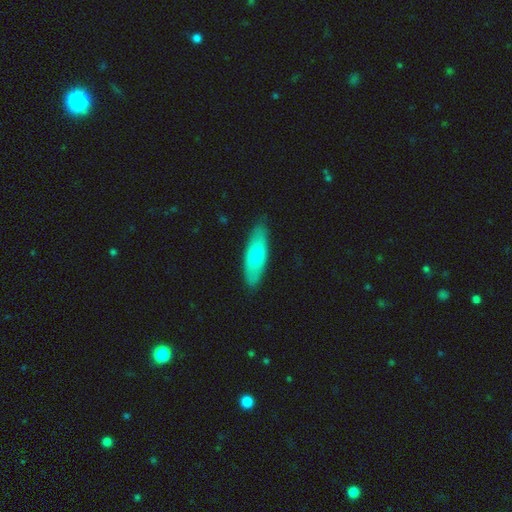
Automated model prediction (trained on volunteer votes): This appears to be a smooth galaxy with no disk features (70%) that is in between round and cigar-shaped (57%). Merging: none (85%).